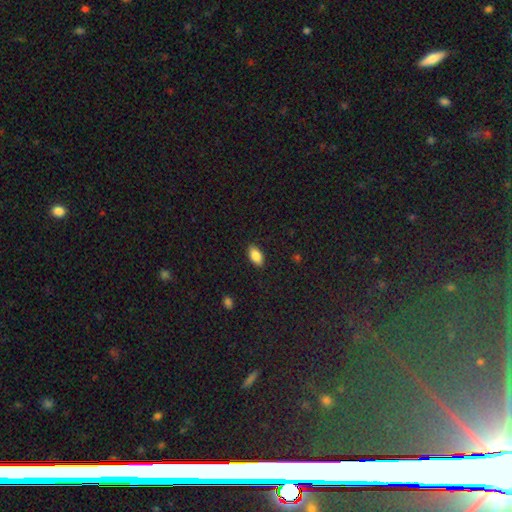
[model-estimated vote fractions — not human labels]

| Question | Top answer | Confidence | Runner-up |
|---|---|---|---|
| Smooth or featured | smooth | 86% | star or artifact (8%) |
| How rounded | in between | 92% | cigar-shaped (4%) |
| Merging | none | 88% | minor disturbance (9%) |